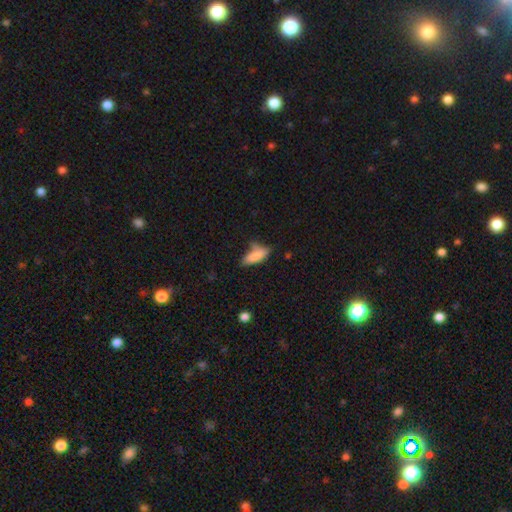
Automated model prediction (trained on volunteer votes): A smooth galaxy with no disk features (79%) that is in between round and cigar-shaped (60%). Merging: none (51%).